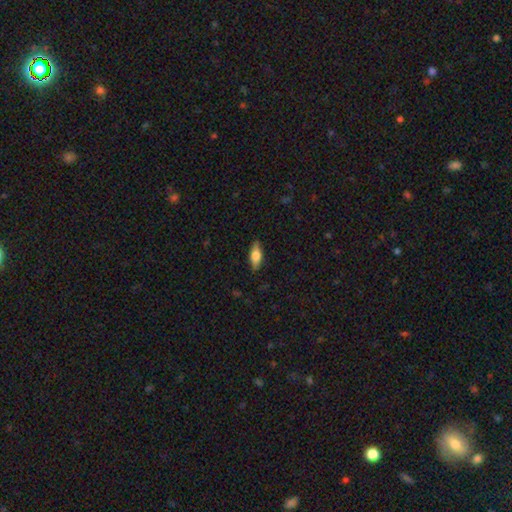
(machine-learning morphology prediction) Overall: smooth (66%; featured or disk 27%). How rounded: in between (68%). Merging: none (86%).